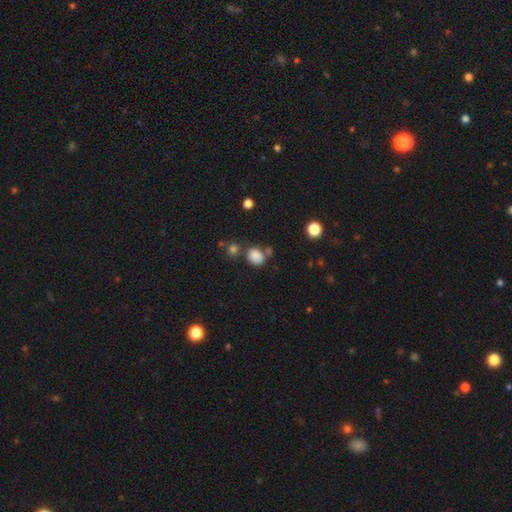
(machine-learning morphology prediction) Smooth or featured: smooth — 83% (star or artifact — 12%)
How rounded: round — 53% (in between — 46%)
Merging: none — 63% (minor disturbance — 16%)